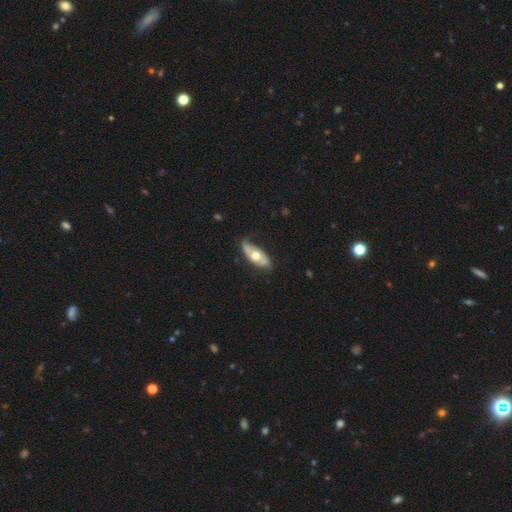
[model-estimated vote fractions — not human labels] smooth-or-featured: featured or disk: 54% | smooth: 41% | star or artifact: 5%
  disk-edge-on: no: 77% | yes: 23%
  merging: none: 62% | minor disturbance: 28% | major disturbance: 8% | merger: 2%